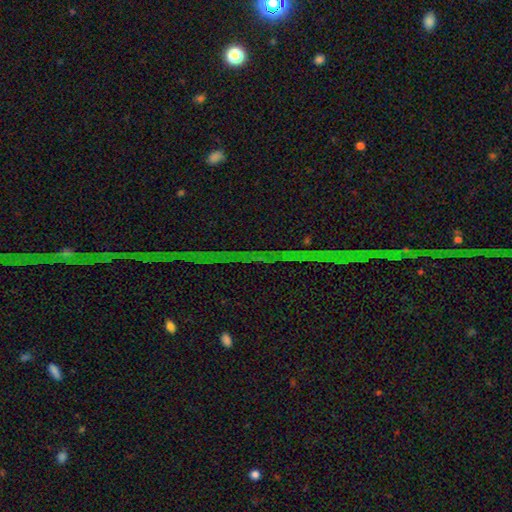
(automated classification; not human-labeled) Overall: star or artifact (84%).